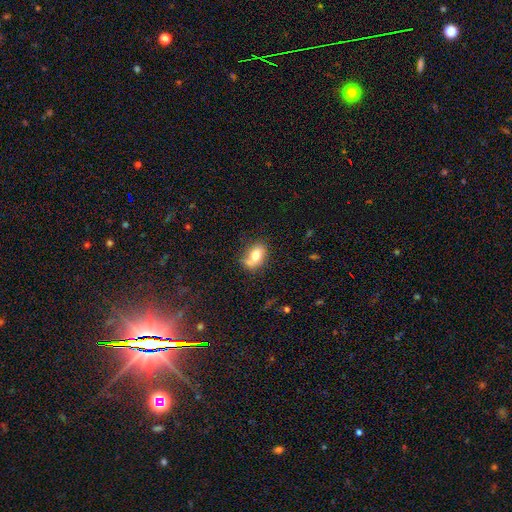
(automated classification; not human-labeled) Smooth or featured: smooth — 72% (featured or disk — 18%)
How rounded: in between — 72% (round — 26%)
Merging: none — 50% (minor disturbance — 25%)